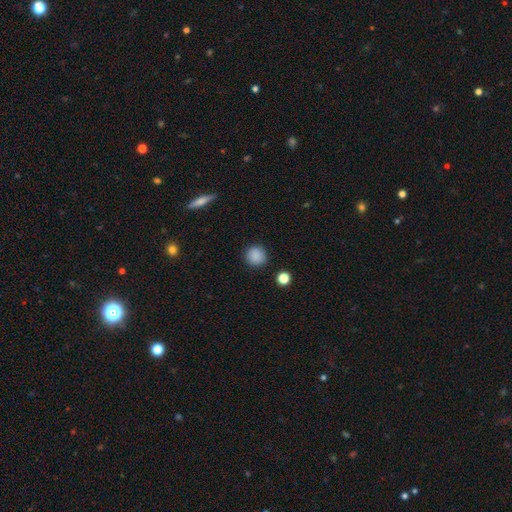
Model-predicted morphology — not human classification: A smooth galaxy with no disk features (87%) that is round (93%).

Vote fractions:
- Smooth or featured? smooth: 87% / star or artifact: 10% / featured or disk: 3%
- How rounded? round: 93% / in between: 6% / cigar-shaped: 1%
- Merging? none: 90% / minor disturbance: 7% / major disturbance: 2% / merger: 2%